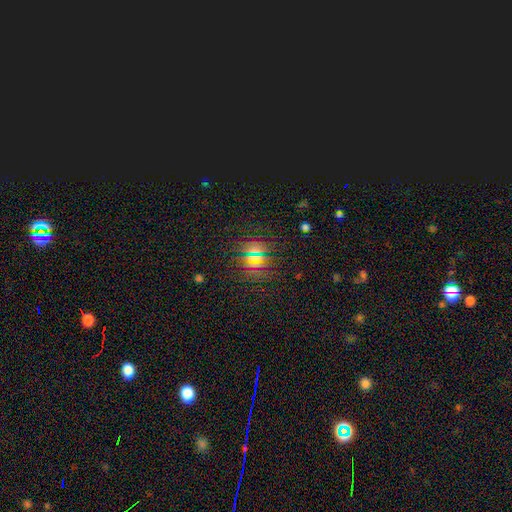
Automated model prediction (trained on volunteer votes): Overall: star or artifact (58%; smooth 32%).